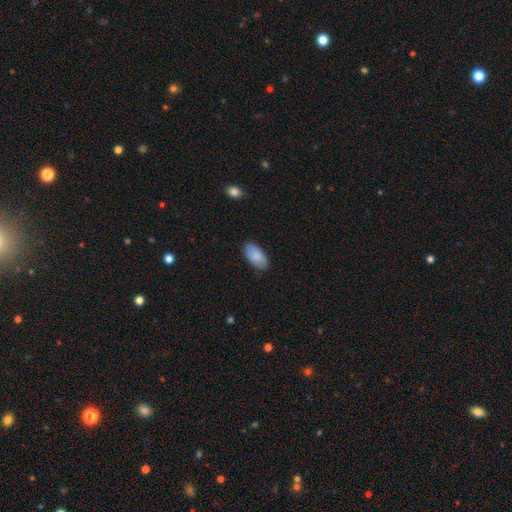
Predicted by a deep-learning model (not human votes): Smooth or featured: smooth — 85% (featured or disk — 9%)
How rounded: in between — 95% (cigar-shaped — 3%)
Merging: none — 84% (minor disturbance — 12%)